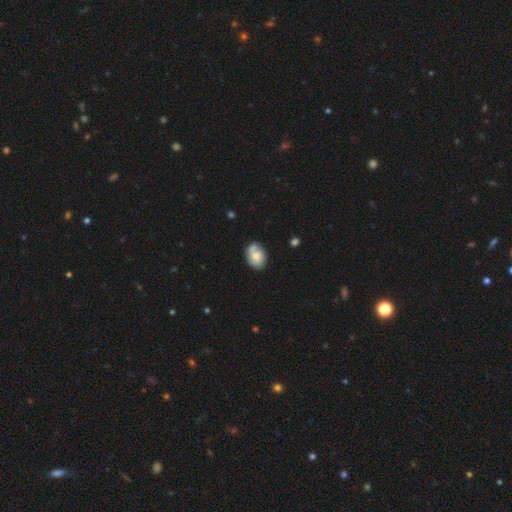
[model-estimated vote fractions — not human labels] Overall: smooth (56%; featured or disk 36%). How rounded: in between (68%; round 31%). Merging: none (58%; minor disturbance 26%).